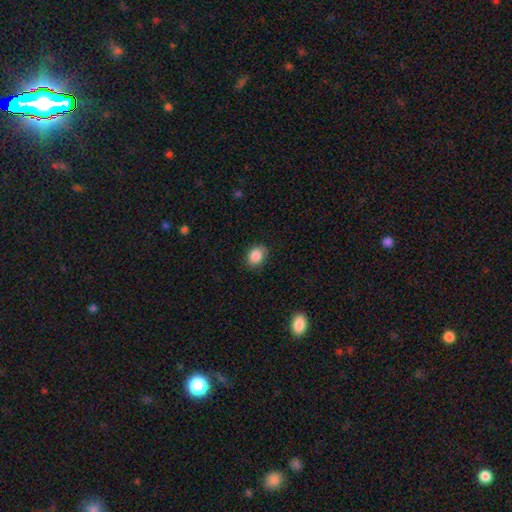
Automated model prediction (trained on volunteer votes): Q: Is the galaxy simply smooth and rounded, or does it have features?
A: smooth — 88%.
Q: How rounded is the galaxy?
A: in between — 60%.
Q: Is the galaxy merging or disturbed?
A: none — 81%.